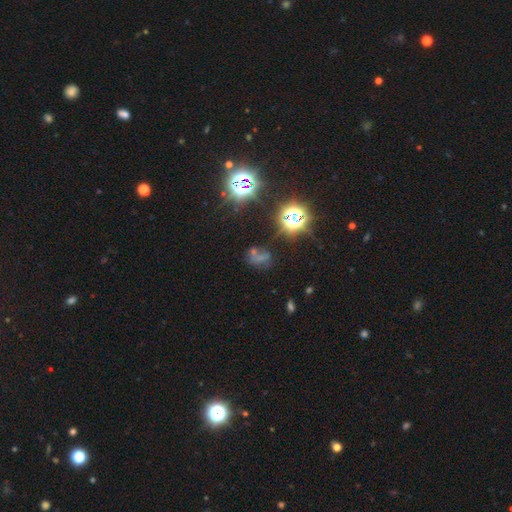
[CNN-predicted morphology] Smooth or featured? Predicted: star or artifact (p=0.46).